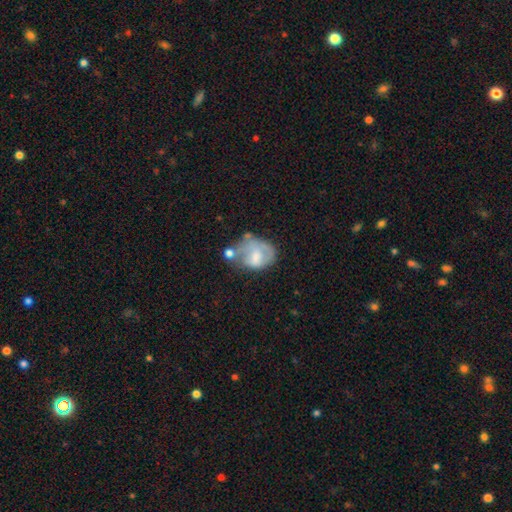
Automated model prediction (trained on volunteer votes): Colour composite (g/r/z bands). It shows a smooth galaxy with no disk features (48%). Merging: major disturbance (29%).